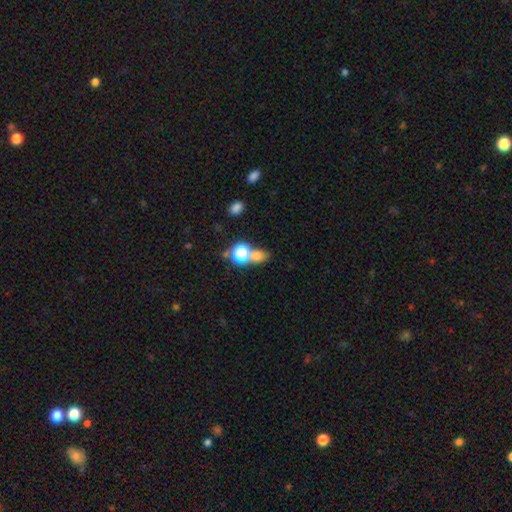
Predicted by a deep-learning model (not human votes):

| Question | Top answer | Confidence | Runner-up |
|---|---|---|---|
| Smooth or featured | smooth | 64% | star or artifact (27%) |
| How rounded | round | 56% | in between (42%) |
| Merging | none | 49% | merger (37%) |